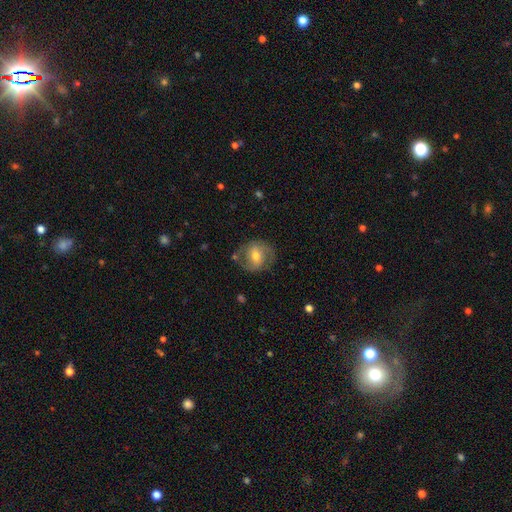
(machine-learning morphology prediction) The model was most divided on "bar": weak: 48%, strong: 26%, no: 26%. More confident: edge-on disk — no (96%); spiral arms — yes (79%); merging — none (70%); bulge size — moderate (66%); smooth or featured — featured or disk (61%).